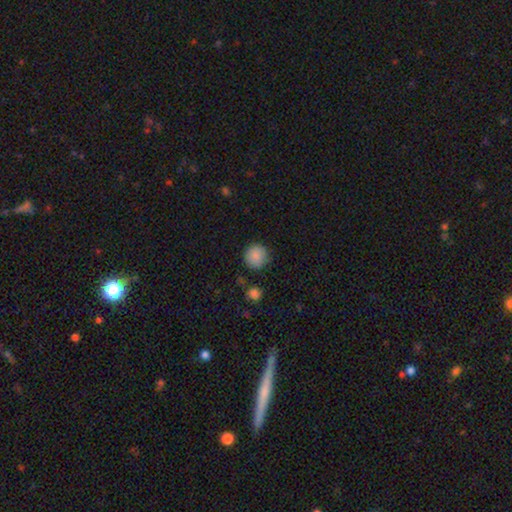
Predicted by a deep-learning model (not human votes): Overall: smooth (87%). How rounded: round (93%). Merging: none (85%).